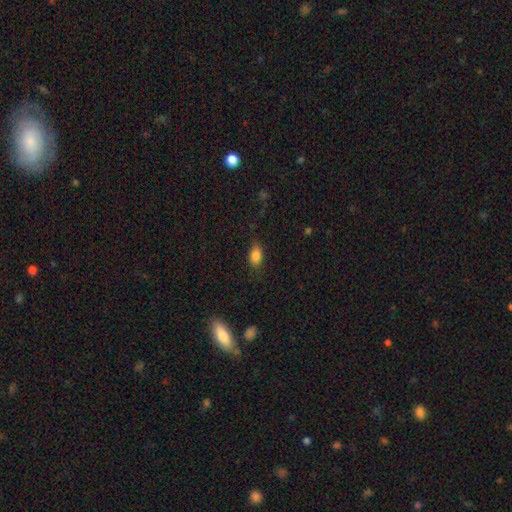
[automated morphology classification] A smooth galaxy with no disk features (85%) that is in between round and cigar-shaped (87%). Merging: none (81%).